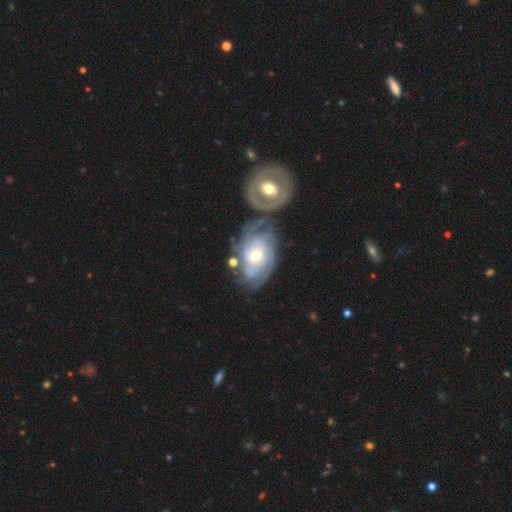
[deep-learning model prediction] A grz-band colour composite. It shows a featured or disk galaxy (84%) with no bar (63%), tight (65%) spiral arms (94%) and a moderate central bulge (59%). Merging: none (41%).